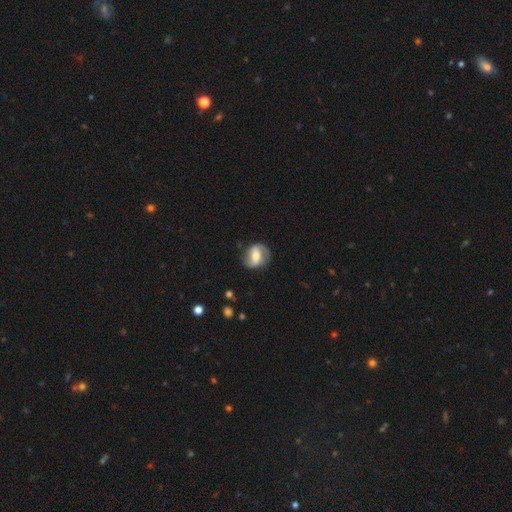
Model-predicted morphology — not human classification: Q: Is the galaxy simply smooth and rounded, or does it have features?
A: featured or disk — 65%.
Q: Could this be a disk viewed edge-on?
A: no — 95%.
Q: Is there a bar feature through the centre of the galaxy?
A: strong — 43%.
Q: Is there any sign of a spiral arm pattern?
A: yes — 80%.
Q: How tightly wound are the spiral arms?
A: medium — 42%.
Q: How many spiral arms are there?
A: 2 — 84%.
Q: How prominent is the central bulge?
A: moderate — 59%.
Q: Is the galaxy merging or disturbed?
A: none — 74%.